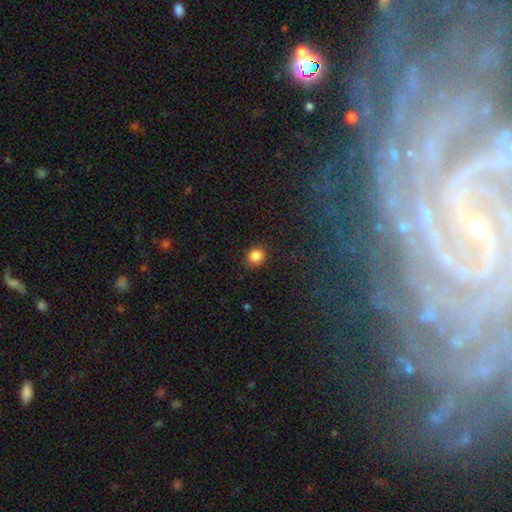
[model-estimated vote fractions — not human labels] Smooth or featured? Predicted: smooth (p=0.85). How rounded? Predicted: round (p=0.85). Merging? Predicted: none (p=0.90).